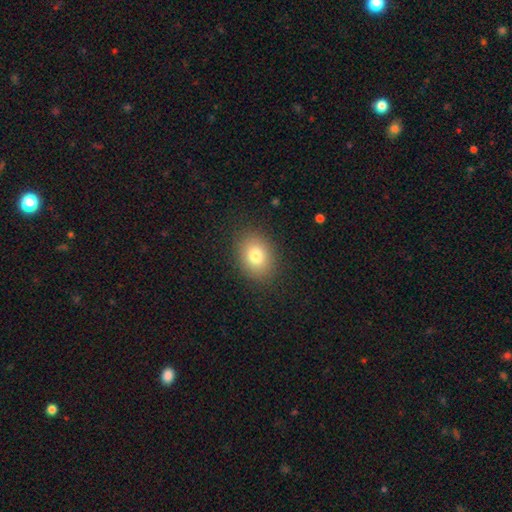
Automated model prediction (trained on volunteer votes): Smooth or featured? smooth (80%)
How rounded? in between (63%)
Merging? none (87%)